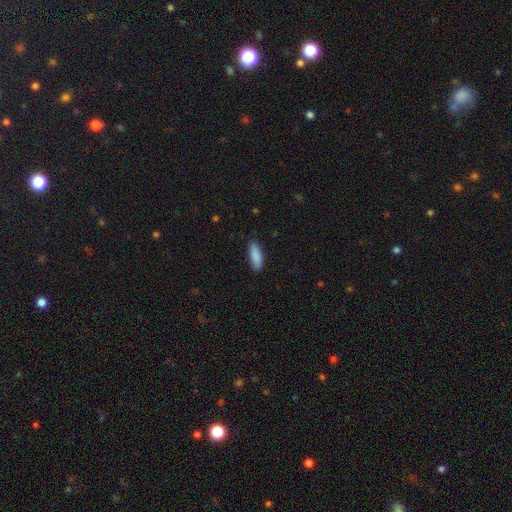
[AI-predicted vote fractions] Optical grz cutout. It shows a smooth galaxy with no disk features (89%) that is in between round and cigar-shaped (57%). Merging: none (87%).